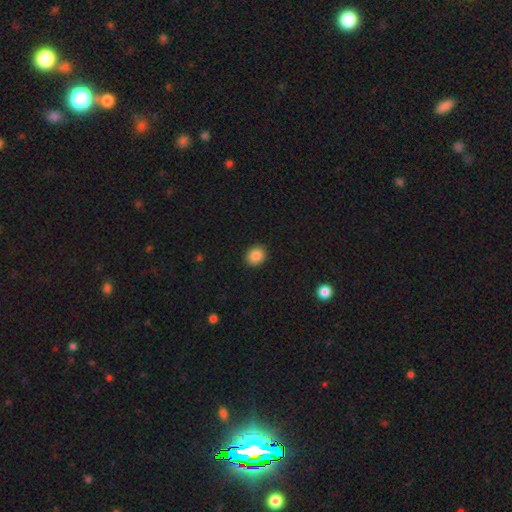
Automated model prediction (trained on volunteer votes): This is clearly a smooth galaxy (87%). How rounded: likely round (70%). Merging: clearly none (91%).